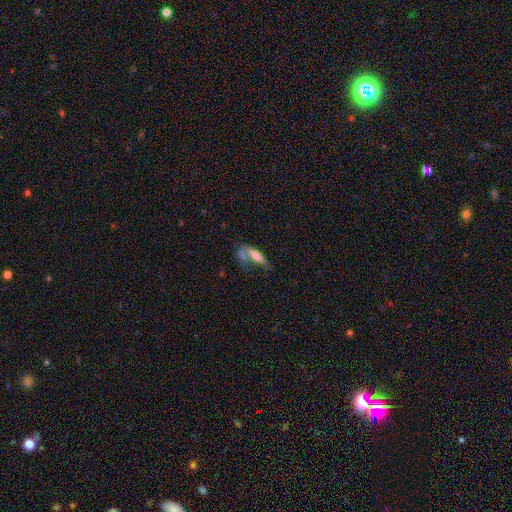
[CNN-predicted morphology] smooth 66%, featured or disk 25%, star or artifact 8%. Down the decision tree: how rounded — cigar-shaped (56%); merging — none (36%).